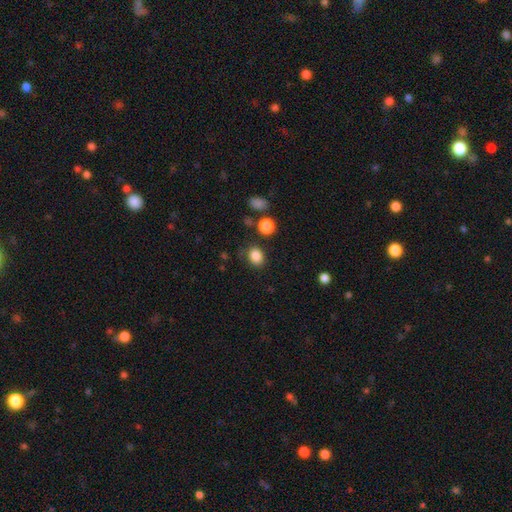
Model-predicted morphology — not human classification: Q: Smooth or featured?
A: smooth (85%); runner-up: star or artifact (11%)
Q: How rounded?
A: in between (50%); runner-up: round (49%)
Q: Merging?
A: none (79%); runner-up: minor disturbance (13%)